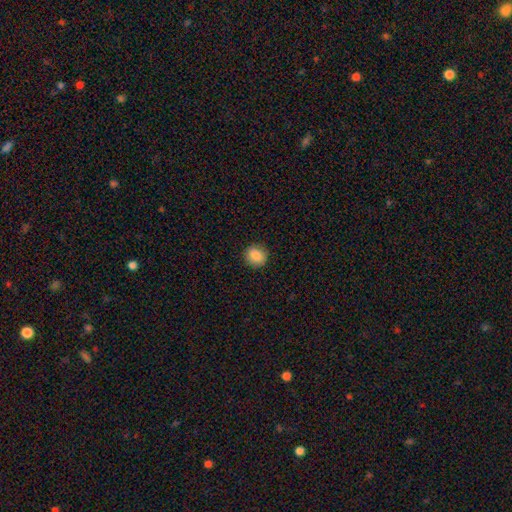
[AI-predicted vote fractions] Q: Smooth or featured?
A: smooth (87%); runner-up: star or artifact (9%)
Q: How rounded?
A: round (86%); runner-up: in between (13%)
Q: Merging?
A: none (89%); runner-up: minor disturbance (8%)